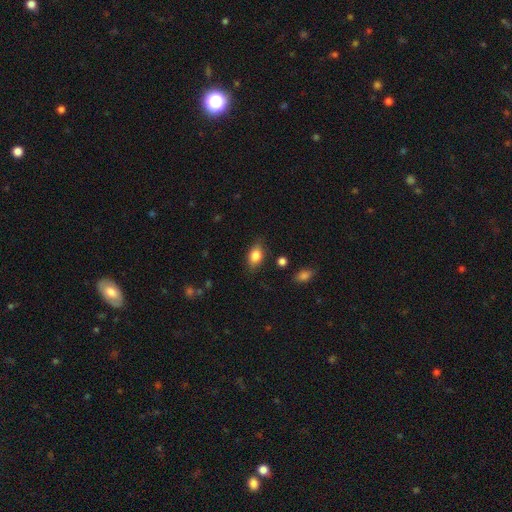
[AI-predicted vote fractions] Smooth or featured: smooth — 82% (featured or disk — 10%)
How rounded: in between — 83% (round — 13%)
Merging: none — 79% (minor disturbance — 15%)